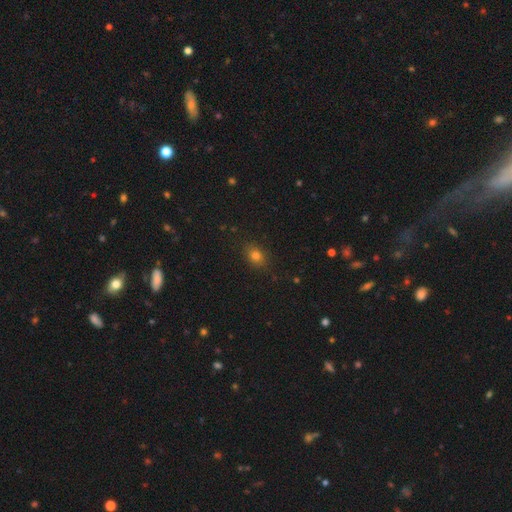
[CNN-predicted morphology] This is likely a smooth galaxy (79%). How rounded: possibly in between (57%). Merging: clearly none (86%).